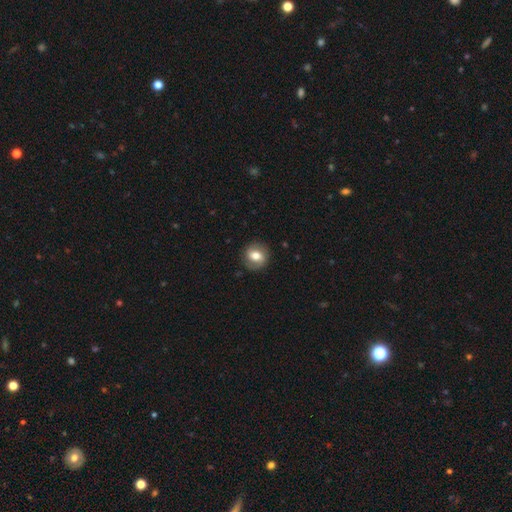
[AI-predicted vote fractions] Smooth or featured? smooth (61%)
How rounded? round (80%)
Merging? none (83%)